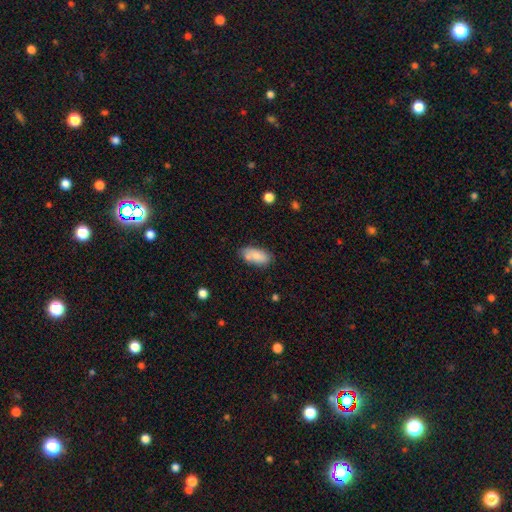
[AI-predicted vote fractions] Morphology: type=smooth (77%); roundness=in between (91%); merging=none (67%).